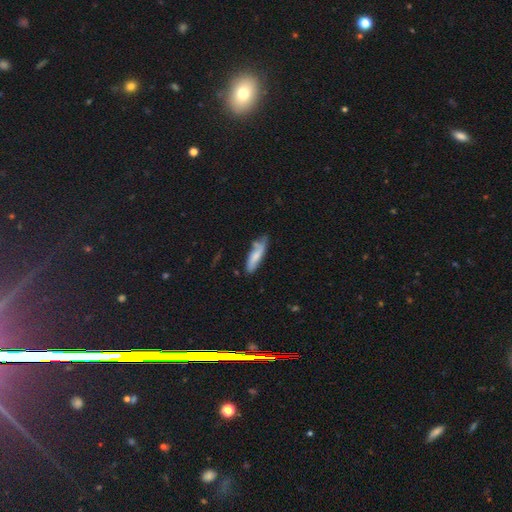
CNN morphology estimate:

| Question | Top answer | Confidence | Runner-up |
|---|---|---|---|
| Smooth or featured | smooth | 69% | featured or disk (25%) |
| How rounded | cigar-shaped | 60% | in between (38%) |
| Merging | none | 59% | minor disturbance (28%) |